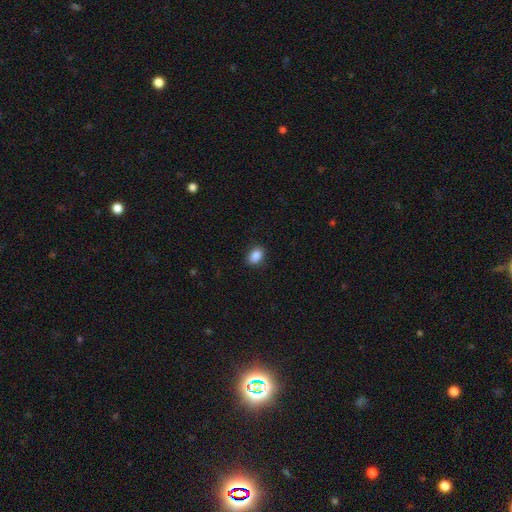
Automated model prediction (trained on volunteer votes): Q: Smooth or featured?
A: smooth (88%); runner-up: star or artifact (9%)
Q: How rounded?
A: in between (75%); runner-up: round (24%)
Q: Merging?
A: none (88%); runner-up: minor disturbance (9%)